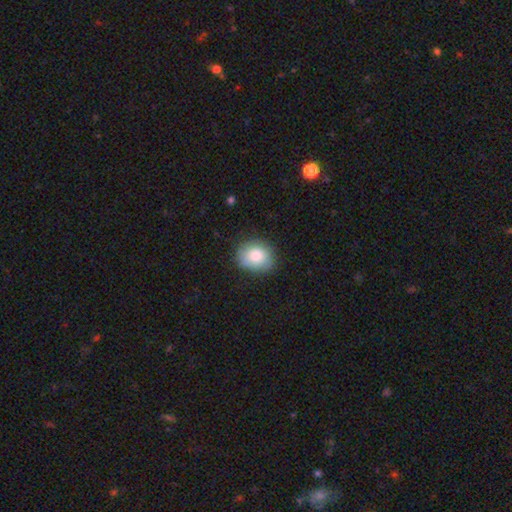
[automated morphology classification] A smooth galaxy with no disk features (82%) that is round (57%).

Vote fractions:
- Smooth or featured? smooth: 82% / featured or disk: 11% / star or artifact: 7%
- How rounded? round: 57% / in between: 42% / cigar-shaped: 1%
- Merging? none: 80% / minor disturbance: 15% / major disturbance: 4% / merger: 1%